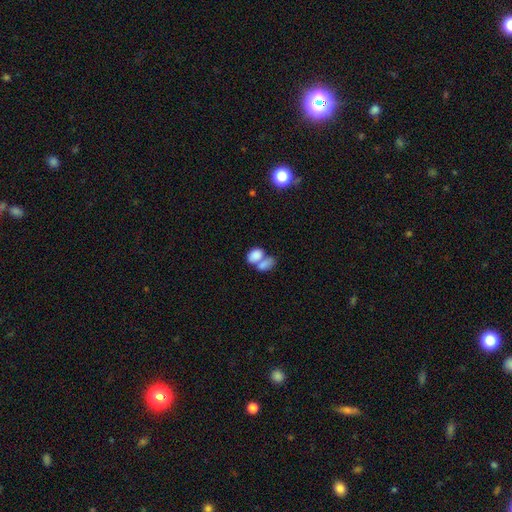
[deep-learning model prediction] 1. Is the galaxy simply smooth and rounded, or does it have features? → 80% smooth, 12% featured or disk, 8% star or artifact.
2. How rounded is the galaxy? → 87% in between, 12% round, 2% cigar-shaped.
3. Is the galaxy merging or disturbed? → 65% merger, 21% none, 8% minor disturbance, 6% major disturbance.